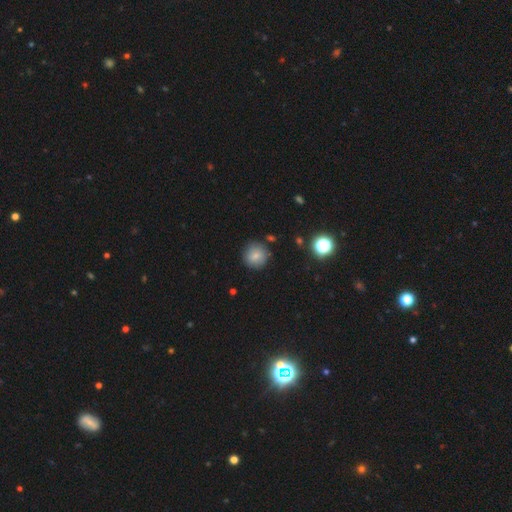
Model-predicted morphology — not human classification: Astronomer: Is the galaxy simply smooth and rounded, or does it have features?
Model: smooth — 80%.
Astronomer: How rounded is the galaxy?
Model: round — 92%.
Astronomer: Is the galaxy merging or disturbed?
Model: none — 84%.